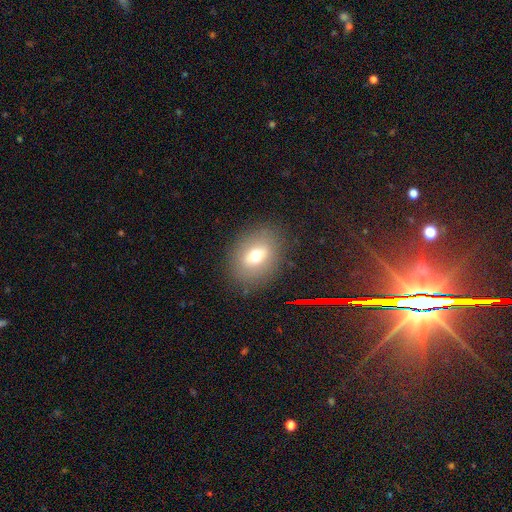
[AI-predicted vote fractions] Overall: smooth (63%; featured or disk 24%). How rounded: in between (60%; round 39%). Merging: none (82%).